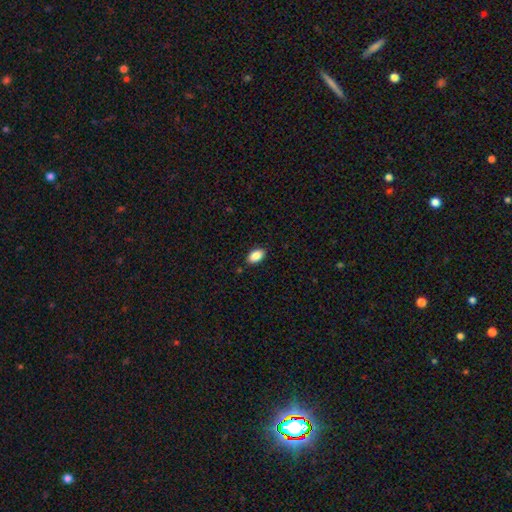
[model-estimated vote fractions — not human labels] Q: Smooth or featured?
A: smooth (88%); runner-up: star or artifact (8%)
Q: How rounded?
A: in between (92%); runner-up: round (6%)
Q: Merging?
A: none (88%); runner-up: minor disturbance (8%)